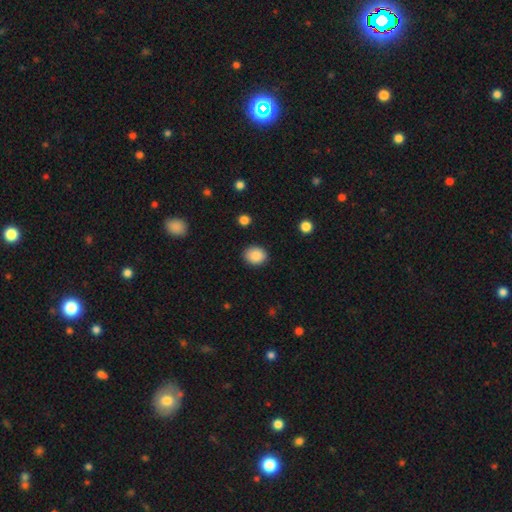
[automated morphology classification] Smooth or featured? smooth (88%)
How rounded? round (56%)
Merging? none (87%)